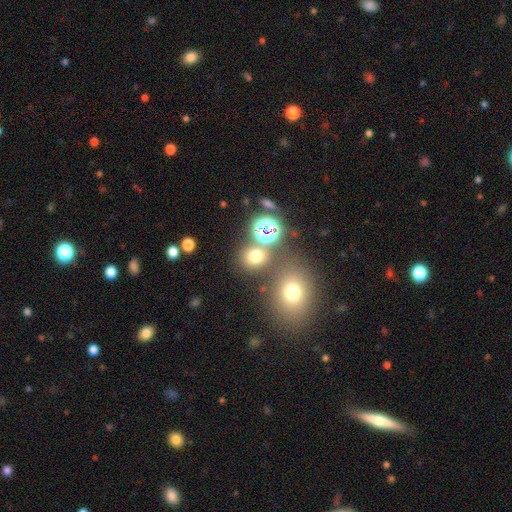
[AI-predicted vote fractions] Morphology: type=smooth (63%); roundness=round (76%); merging=none (69%).